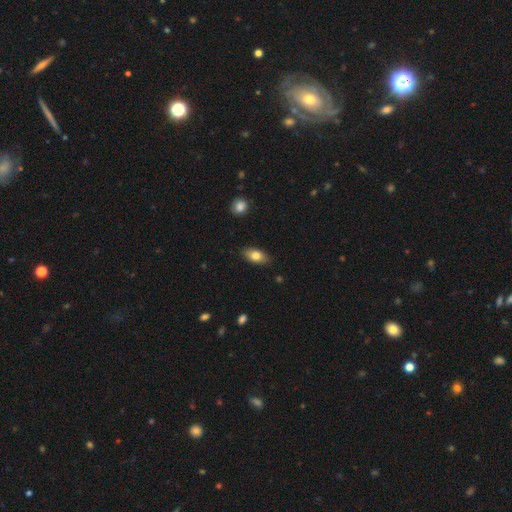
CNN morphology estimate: A smooth galaxy with no disk features (80%) that is in between round and cigar-shaped (89%).

Vote fractions:
- Smooth or featured? smooth: 80% / featured or disk: 13% / star or artifact: 7%
- How rounded? in between: 89% / cigar-shaped: 5% / round: 5%
- Merging? none: 86% / minor disturbance: 10% / major disturbance: 2% / merger: 1%